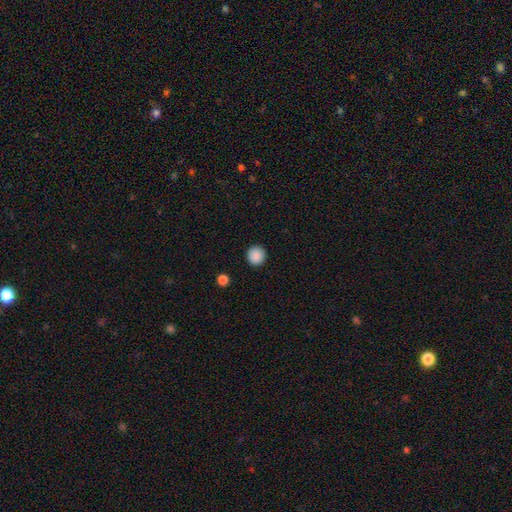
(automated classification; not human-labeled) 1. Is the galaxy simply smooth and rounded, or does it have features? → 89% smooth, 9% star or artifact, 2% featured or disk.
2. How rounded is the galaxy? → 94% round, 5% in between, 1% cigar-shaped.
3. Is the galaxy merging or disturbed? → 93% none, 4% minor disturbance, 2% major disturbance, 1% merger.